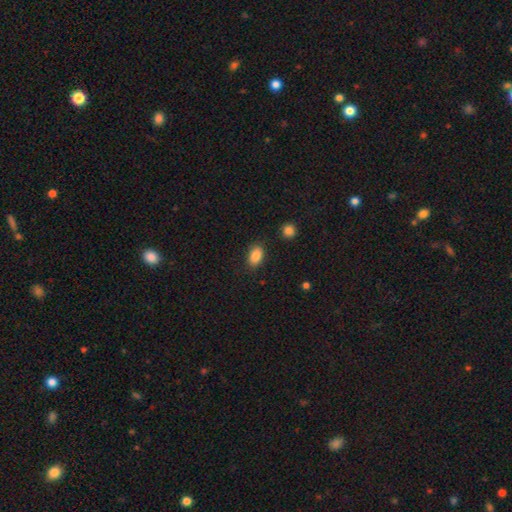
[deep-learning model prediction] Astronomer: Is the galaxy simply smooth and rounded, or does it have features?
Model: smooth — 87%.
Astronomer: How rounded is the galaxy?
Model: in between — 89%.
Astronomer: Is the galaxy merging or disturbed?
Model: none — 85%.